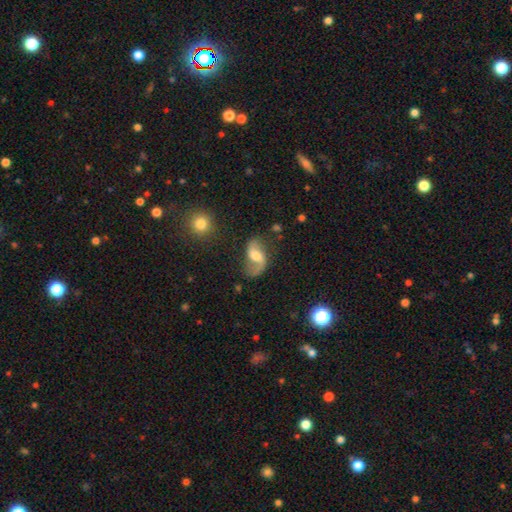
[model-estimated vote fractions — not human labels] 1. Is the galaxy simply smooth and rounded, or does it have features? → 81% featured or disk, 12% smooth, 6% star or artifact.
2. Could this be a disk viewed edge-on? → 97% no, 3% yes.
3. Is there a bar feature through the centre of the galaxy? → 47% weak, 37% no, 16% strong.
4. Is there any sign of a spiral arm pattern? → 95% yes, 5% no.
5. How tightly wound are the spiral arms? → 72% loose, 23% medium, 4% tight.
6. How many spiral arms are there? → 86% 2, 9% 1, 2% can't tell, 1% 3, 1% 4, 1% more than 4.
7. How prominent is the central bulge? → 56% moderate, 19% small, 18% large, 5% none, 2% dominant.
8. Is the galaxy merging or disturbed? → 67% none, 18% minor disturbance, 12% major disturbance, 3% merger.